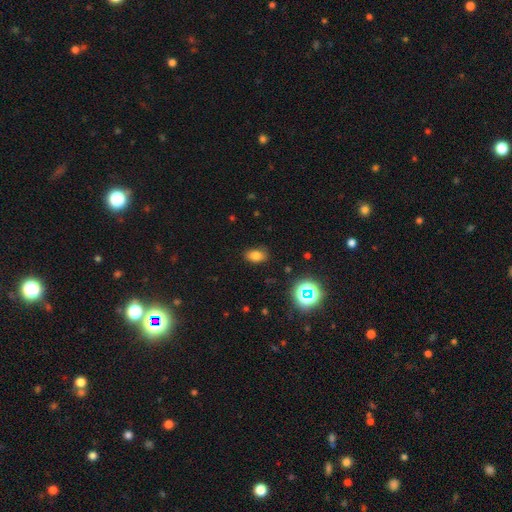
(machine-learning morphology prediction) Overall: smooth (76%). How rounded: in between (82%). Merging: none (85%).